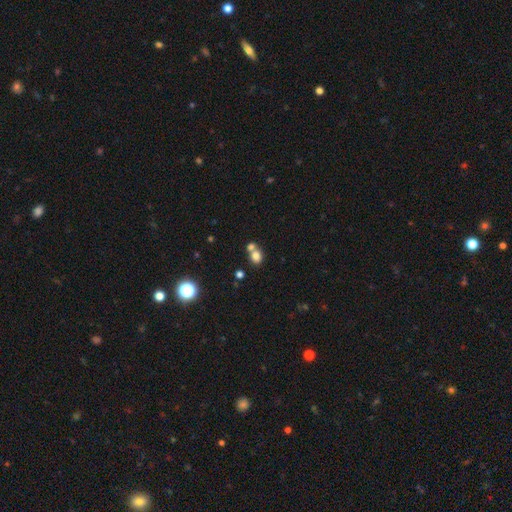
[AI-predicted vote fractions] smooth-or-featured: smooth: 77% | star or artifact: 13% | featured or disk: 10%
  how-rounded: round: 60% | in between: 39% | cigar-shaped: 1%
  merging: merger: 45% | none: 43% | minor disturbance: 8% | major disturbance: 3%